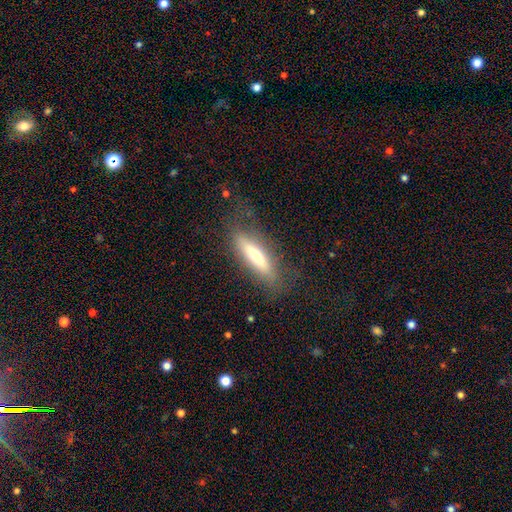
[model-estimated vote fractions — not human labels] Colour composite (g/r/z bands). It shows a smooth galaxy with no disk features (54%) that is cigar-shaped (70%). Merging: none (68%).